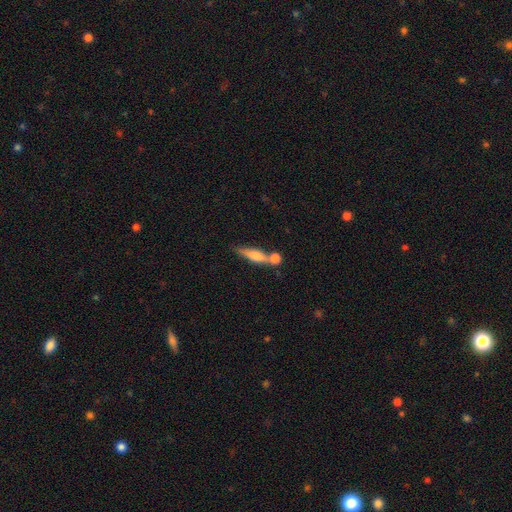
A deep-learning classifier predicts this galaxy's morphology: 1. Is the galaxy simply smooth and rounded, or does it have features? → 57% smooth, 36% featured or disk, 7% star or artifact.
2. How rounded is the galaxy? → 66% cigar-shaped, 29% in between, 5% round.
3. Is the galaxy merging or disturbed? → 49% none, 34% merger, 12% minor disturbance, 5% major disturbance.